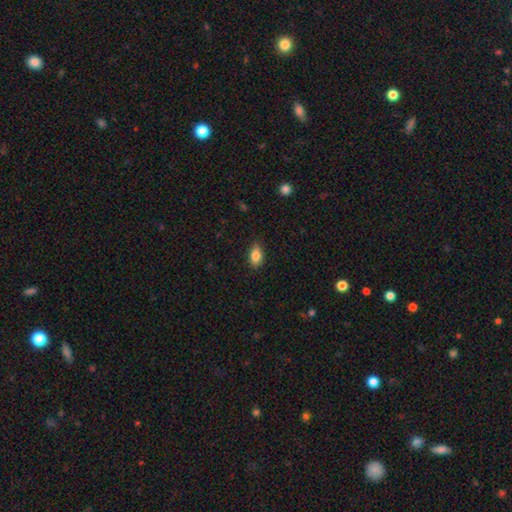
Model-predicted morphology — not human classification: smooth 80%, featured or disk 12%, star or artifact 8%. Down the decision tree: how rounded — in between (87%); merging — none (80%).